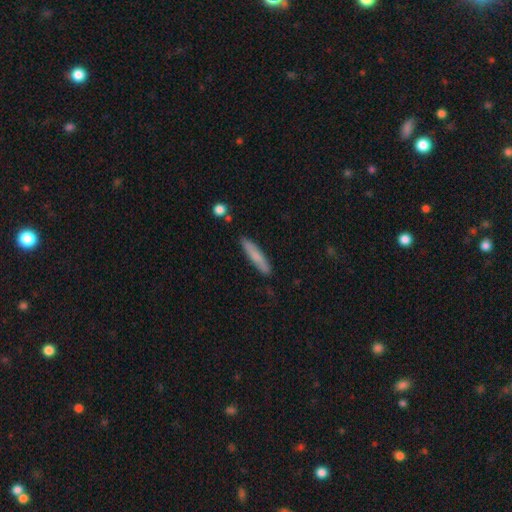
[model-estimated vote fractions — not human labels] This appears to be a smooth galaxy with no disk features (74%) that is cigar-shaped (90%). Merging: none (85%).